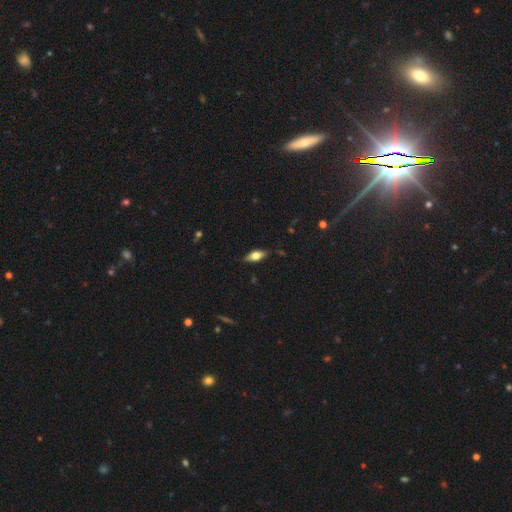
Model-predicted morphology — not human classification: smooth_or_featured: smooth (p=0.59) [alt: featured or disk p=0.33]
how_rounded: in between (p=0.77) [alt: cigar-shaped p=0.20]
merging: none (p=0.82) [alt: minor disturbance p=0.14]